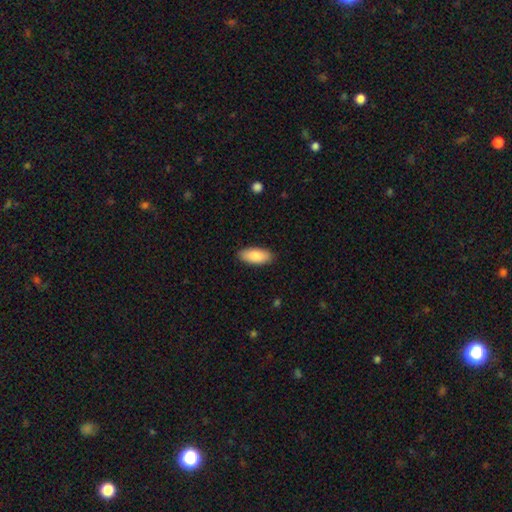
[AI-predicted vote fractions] This is clearly a smooth galaxy (88%). How rounded: clearly in between (86%). Merging: clearly none (89%).